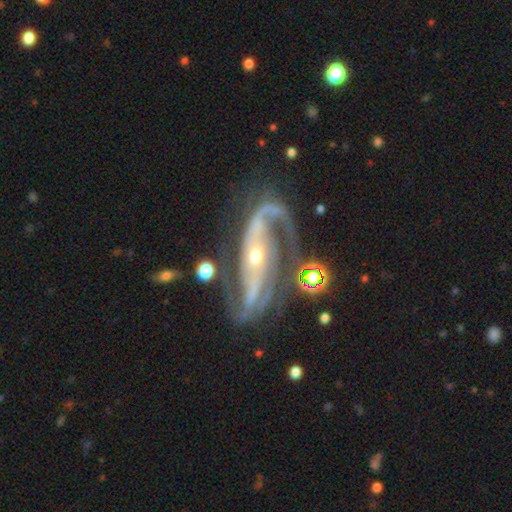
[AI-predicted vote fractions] This appears to be a featured or disk galaxy (91%) with no bar (39%), 2 (84%) medium (49%) spiral arms (97%) and a small central bulge (69%). Merging: none (60%).